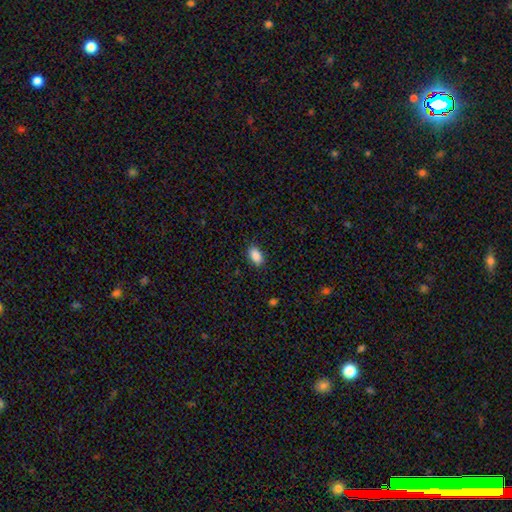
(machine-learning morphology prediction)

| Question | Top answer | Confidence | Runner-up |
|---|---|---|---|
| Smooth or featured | smooth | 89% | star or artifact (8%) |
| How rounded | in between | 92% | round (6%) |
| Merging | none | 86% | minor disturbance (10%) |